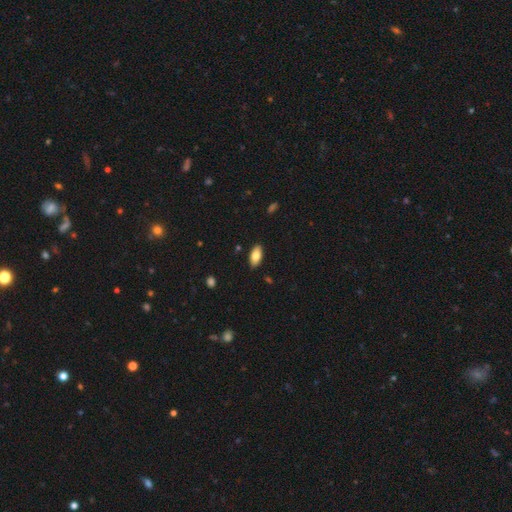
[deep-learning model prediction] smooth 81%, featured or disk 13%, star or artifact 7%. Down the decision tree: how rounded — in between (91%); merging — none (88%).